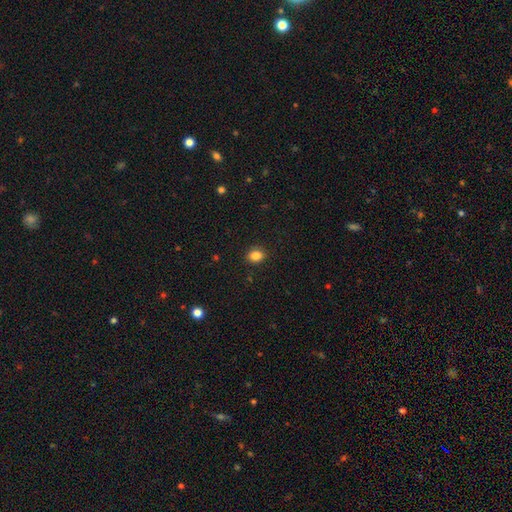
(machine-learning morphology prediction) Overall: smooth (85%). How rounded: round (56%; in between 43%). Merging: none (90%).